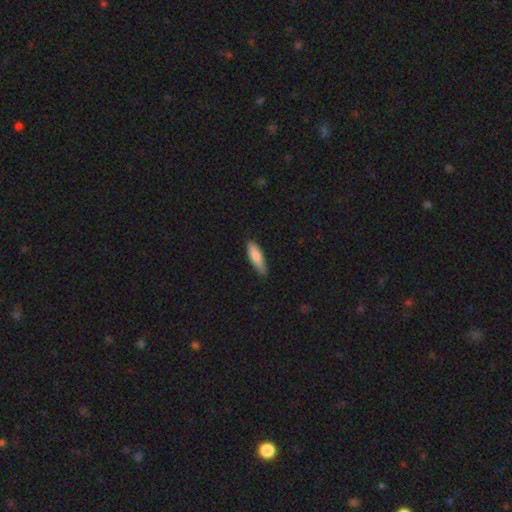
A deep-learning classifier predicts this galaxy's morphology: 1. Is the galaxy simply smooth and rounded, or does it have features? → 82% smooth, 12% featured or disk, 6% star or artifact.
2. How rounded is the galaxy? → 62% cigar-shaped, 37% in between, 2% round.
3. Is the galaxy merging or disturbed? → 78% none, 19% minor disturbance, 2% major disturbance, 1% merger.